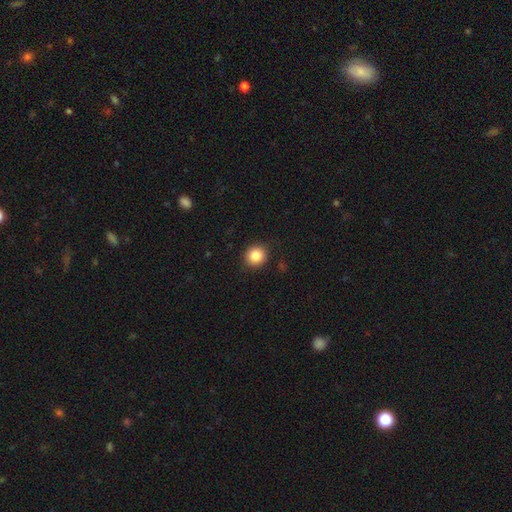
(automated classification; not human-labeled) Smooth or featured? smooth (85%)
How rounded? round (87%)
Merging? none (90%)